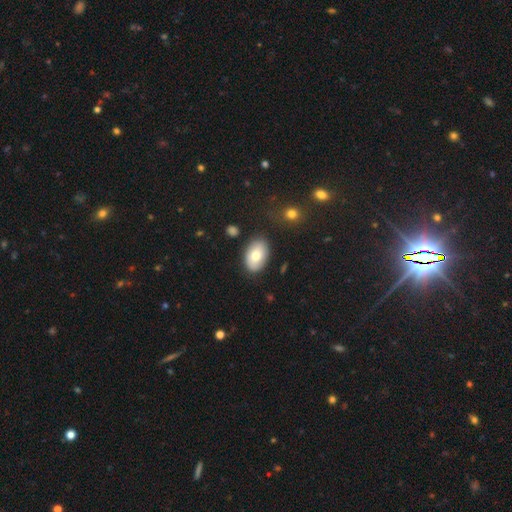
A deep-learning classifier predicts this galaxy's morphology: smooth-or-featured: smooth: 73% | featured or disk: 20% | star or artifact: 7%
  how-rounded: in between: 88% | round: 11% | cigar-shaped: 1%
  merging: none: 83% | minor disturbance: 12% | major disturbance: 3% | merger: 2%